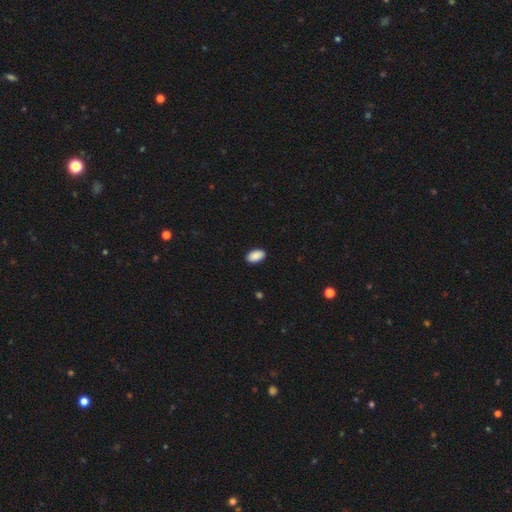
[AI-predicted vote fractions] A smooth galaxy with no disk features (90%) that is in between round and cigar-shaped (94%).

Vote fractions:
- Smooth or featured? smooth: 90% / star or artifact: 7% / featured or disk: 3%
- How rounded? in between: 94% / round: 4% / cigar-shaped: 2%
- Merging? none: 89% / minor disturbance: 8% / major disturbance: 2% / merger: 1%